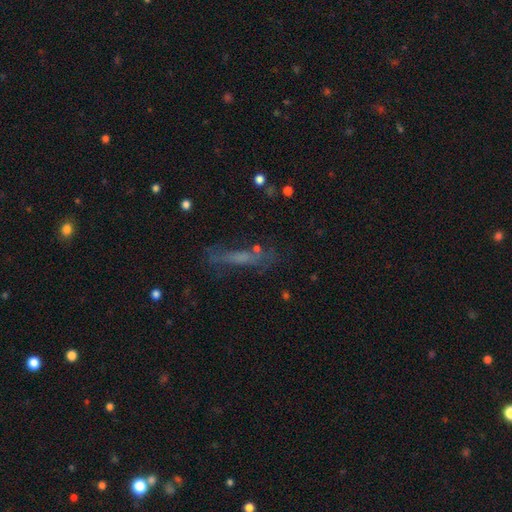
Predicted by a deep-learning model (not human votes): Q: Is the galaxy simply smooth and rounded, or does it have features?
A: smooth — 45%.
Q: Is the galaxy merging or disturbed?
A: none — 59%.